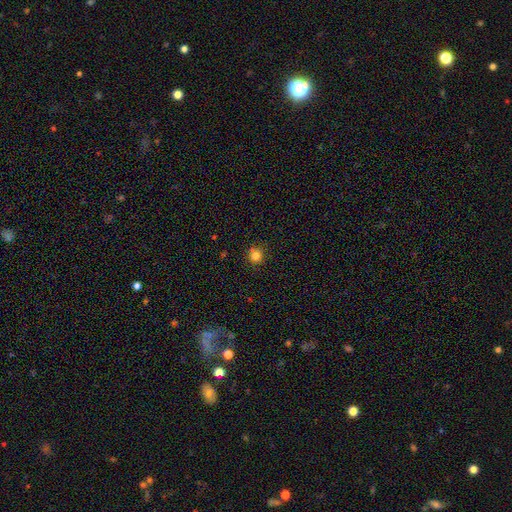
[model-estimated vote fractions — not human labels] smooth-or-featured: smooth: 80% | star or artifact: 14% | featured or disk: 5%
  how-rounded: round: 92% | in between: 7% | cigar-shaped: 1%
  merging: none: 84% | minor disturbance: 9% | merger: 4% | major disturbance: 2%